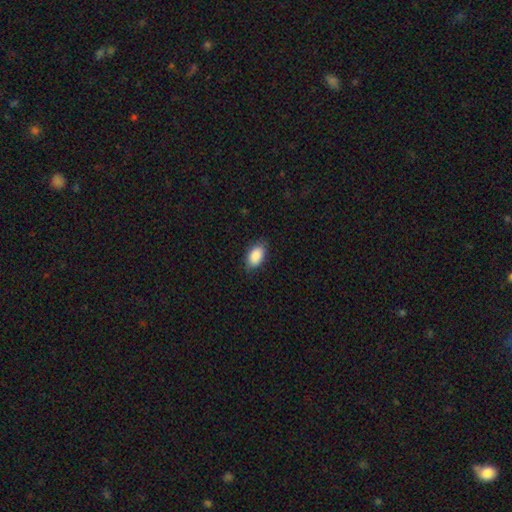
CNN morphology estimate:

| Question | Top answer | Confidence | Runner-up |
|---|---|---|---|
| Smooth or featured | smooth | 89% | star or artifact (6%) |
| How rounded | in between | 93% | round (5%) |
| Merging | none | 82% | minor disturbance (14%) |